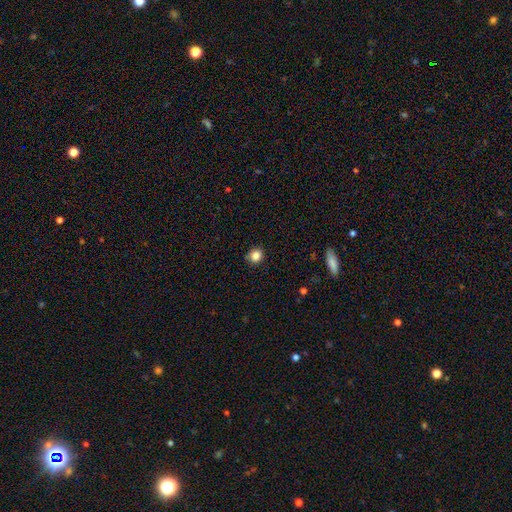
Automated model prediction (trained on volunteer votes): The model was most divided on "smooth or featured": smooth: 84%, star or artifact: 11%, featured or disk: 4%. More confident: merging — none (89%); how rounded — round (89%).